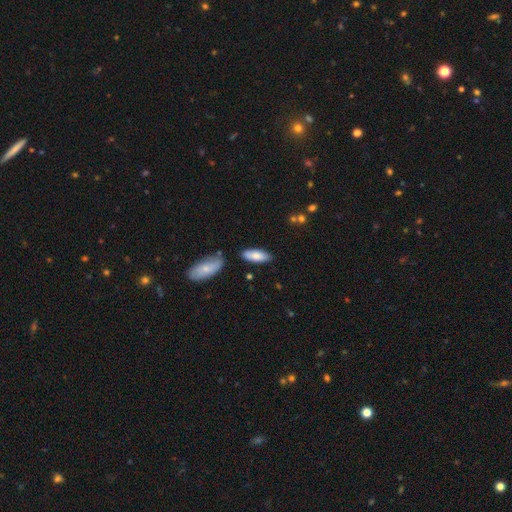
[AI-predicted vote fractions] A smooth galaxy with no disk features (82%) that is in between round and cigar-shaped (73%). Merging: none (79%).